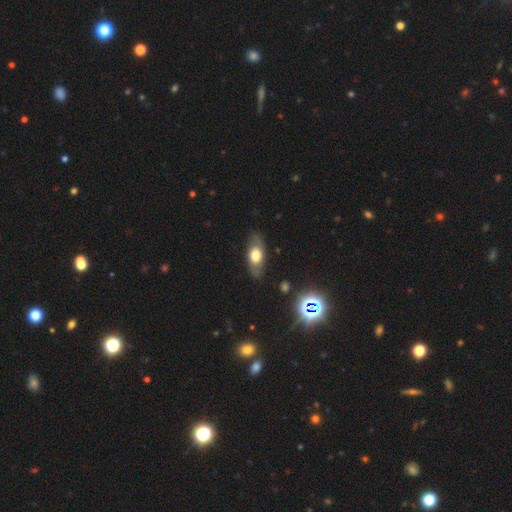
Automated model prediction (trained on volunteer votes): The model was most divided on "smooth or featured": smooth: 54%, featured or disk: 38%, star or artifact: 8%. More confident: merging — none (79%); how rounded — in between (78%).